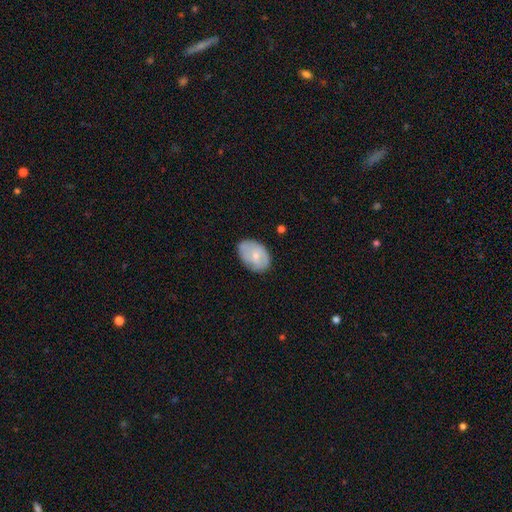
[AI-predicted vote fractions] This appears to be a smooth galaxy with no disk features (58%) that is in between round and cigar-shaped (82%). Merging: none (75%).